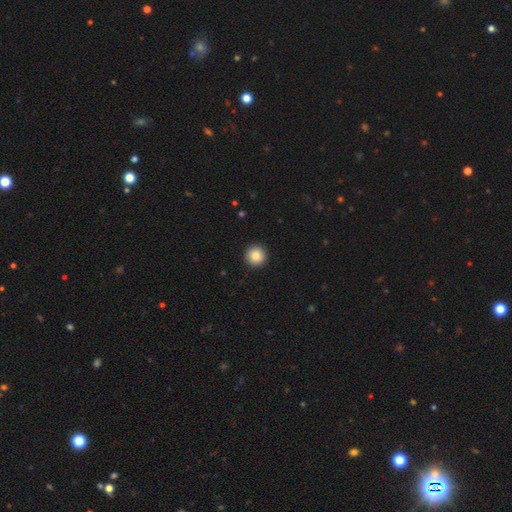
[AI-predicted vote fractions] Smooth or featured: smooth — 87% (star or artifact — 9%)
How rounded: round — 96% (in between — 3%)
Merging: none — 93% (minor disturbance — 4%)